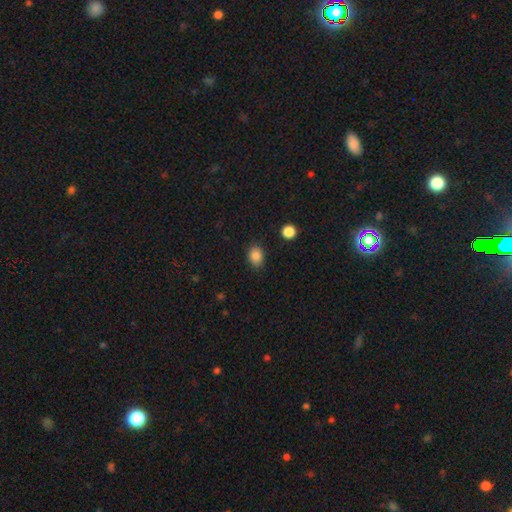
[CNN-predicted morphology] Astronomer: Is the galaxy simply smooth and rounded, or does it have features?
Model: smooth — 86%.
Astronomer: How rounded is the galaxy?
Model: in between — 58% (runner-up: round, 41%).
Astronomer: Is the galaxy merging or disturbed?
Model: none — 84%.